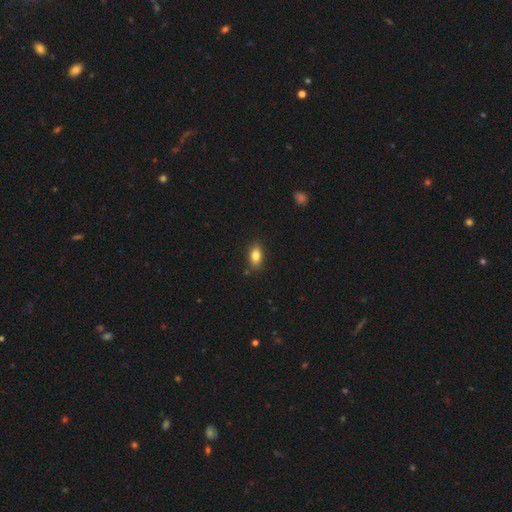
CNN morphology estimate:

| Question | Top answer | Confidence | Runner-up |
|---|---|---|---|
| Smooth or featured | smooth | 81% | featured or disk (11%) |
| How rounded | in between | 86% | round (9%) |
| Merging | none | 83% | minor disturbance (12%) |